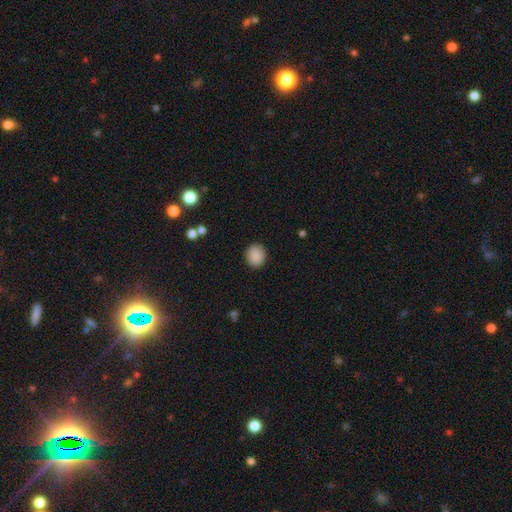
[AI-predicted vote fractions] This is clearly a smooth galaxy (89%). How rounded: likely round (67%). Merging: clearly none (89%).